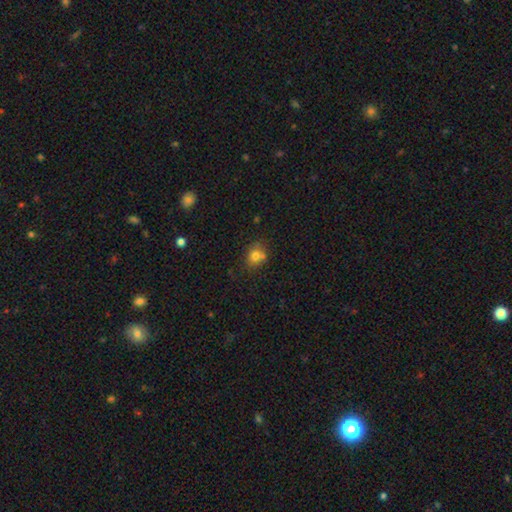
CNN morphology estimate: smooth-or-featured: smooth: 74% | star or artifact: 13% | featured or disk: 13%
  how-rounded: round: 59% | in between: 39% | cigar-shaped: 1%
  merging: none: 57% | merger: 23% | minor disturbance: 16% | major disturbance: 5%